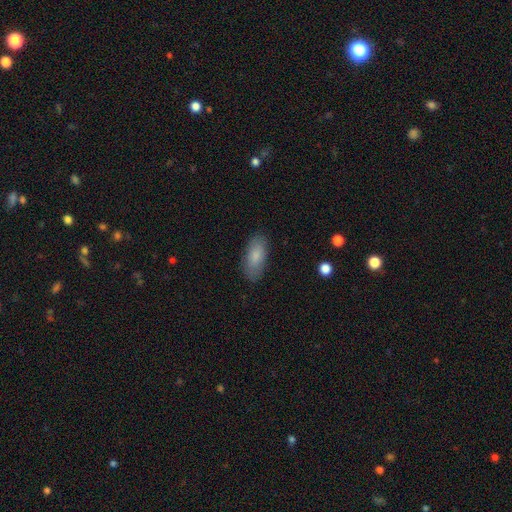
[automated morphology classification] smooth-or-featured: smooth: 83% | featured or disk: 10% | star or artifact: 6%
  how-rounded: in between: 86% | cigar-shaped: 12% | round: 2%
  merging: none: 85% | minor disturbance: 12% | major disturbance: 3% | merger: 1%